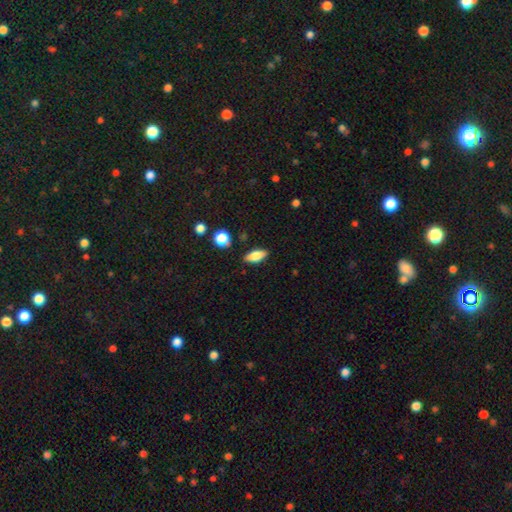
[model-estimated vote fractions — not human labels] A smooth galaxy with no disk features (78%) that is in between round and cigar-shaped (81%).

Vote fractions:
- Smooth or featured? smooth: 78% / featured or disk: 14% / star or artifact: 8%
- How rounded? in between: 81% / cigar-shaped: 15% / round: 4%
- Merging? none: 84% / minor disturbance: 11% / major disturbance: 3% / merger: 2%